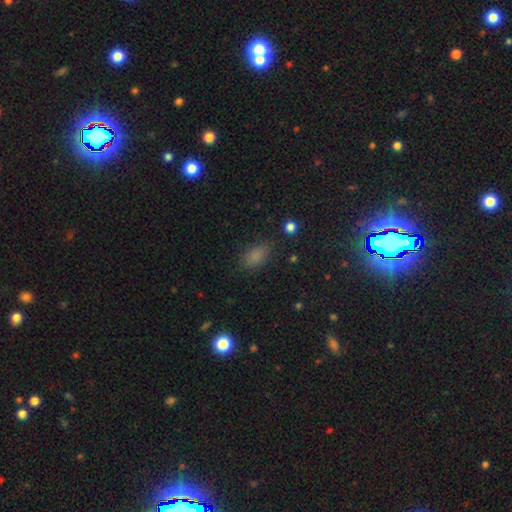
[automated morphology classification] smooth 80%, star or artifact 15%, featured or disk 5%. Down the decision tree: how rounded — in between (87%); merging — none (81%).